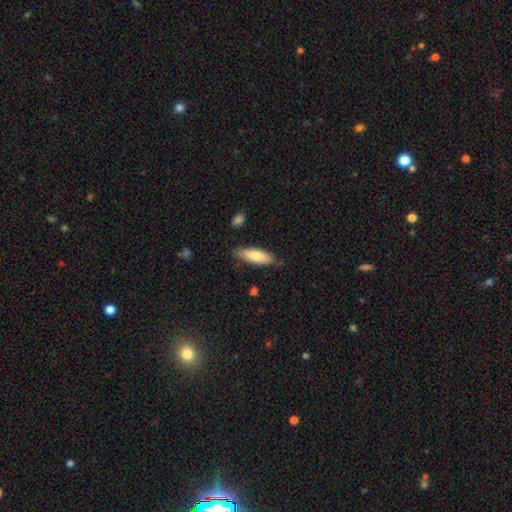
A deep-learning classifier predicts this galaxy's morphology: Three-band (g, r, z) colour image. It shows a smooth galaxy with no disk features (77%) that is in between round and cigar-shaped (58%). Merging: none (79%).